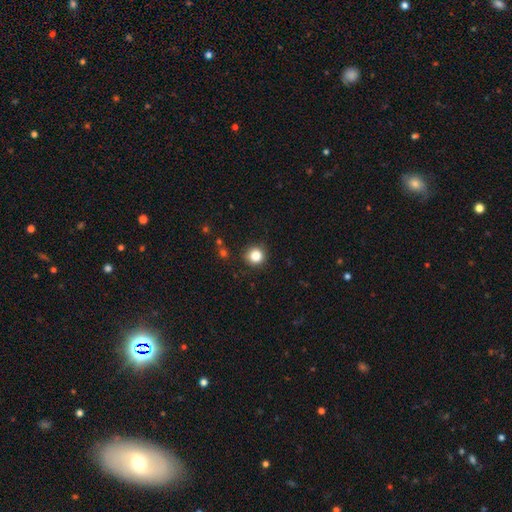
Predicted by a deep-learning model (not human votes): Overall: smooth (85%). How rounded: round (93%). Merging: none (87%).